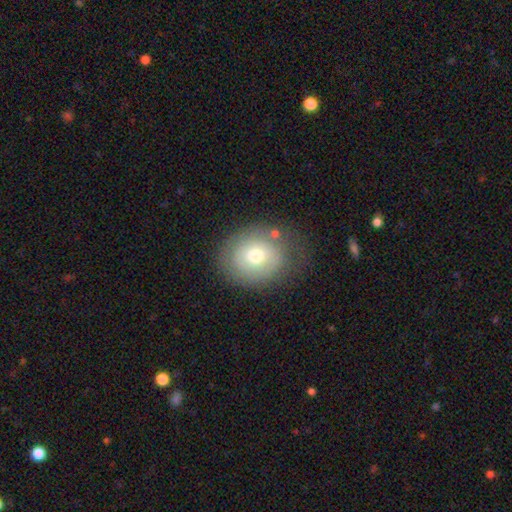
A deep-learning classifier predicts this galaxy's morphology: smooth_or_featured: smooth (p=0.62) [alt: featured or disk p=0.29]
how_rounded: round (p=0.61) [alt: in between p=0.39]
merging: none (p=0.69) [alt: minor disturbance p=0.19]